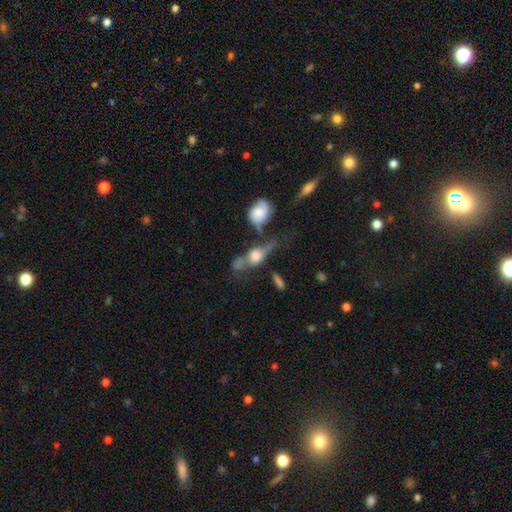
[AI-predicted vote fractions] Smooth or featured? Predicted: featured or disk (p=0.49). Merging? Predicted: merger (p=0.34).